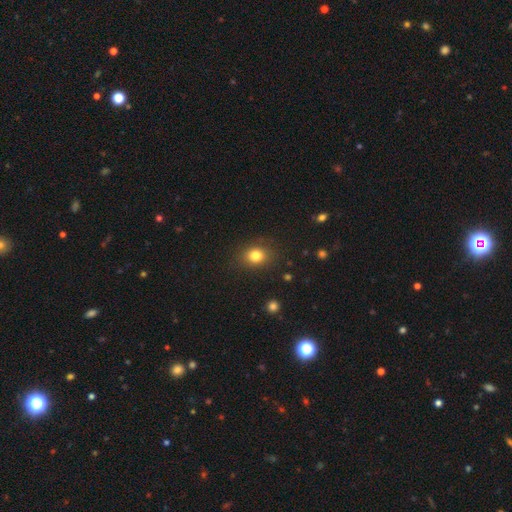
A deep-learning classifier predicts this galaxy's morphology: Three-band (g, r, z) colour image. It shows a smooth galaxy with no disk features (82%) that is round (59%). Merging: none (84%).